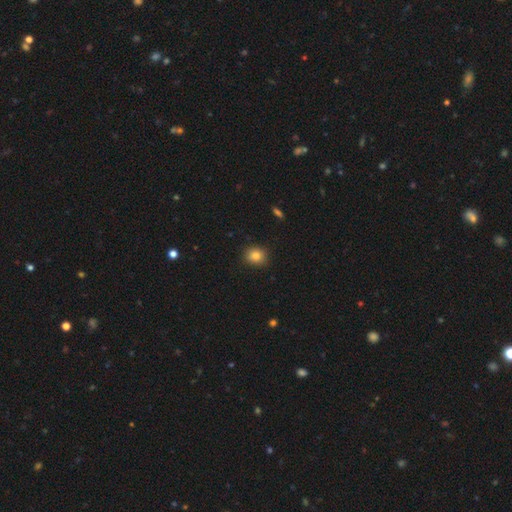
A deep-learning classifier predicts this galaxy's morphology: Overall: smooth (82%). How rounded: round (74%). Merging: none (89%).